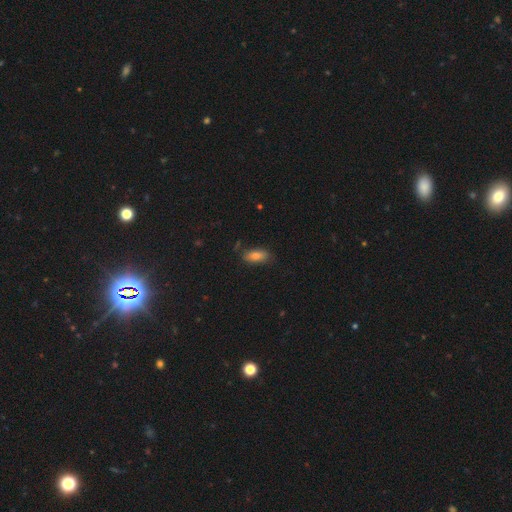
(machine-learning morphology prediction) Q: Smooth or featured?
A: smooth (78%); runner-up: featured or disk (12%)
Q: How rounded?
A: in between (85%); runner-up: cigar-shaped (12%)
Q: Merging?
A: none (78%); runner-up: minor disturbance (16%)